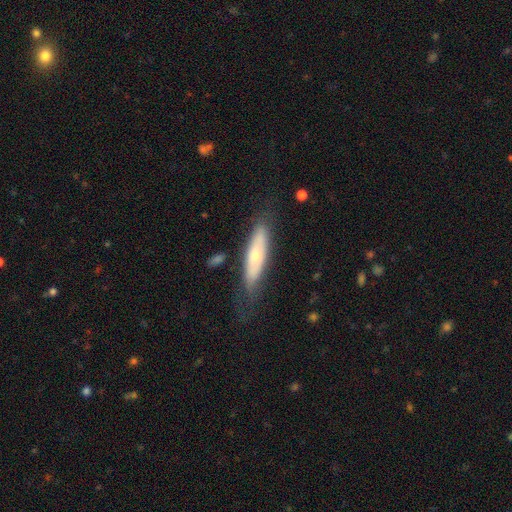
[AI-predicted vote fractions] Overall: smooth (57%; featured or disk 37%). How rounded: cigar-shaped (68%; in between 31%). Merging: none (67%).